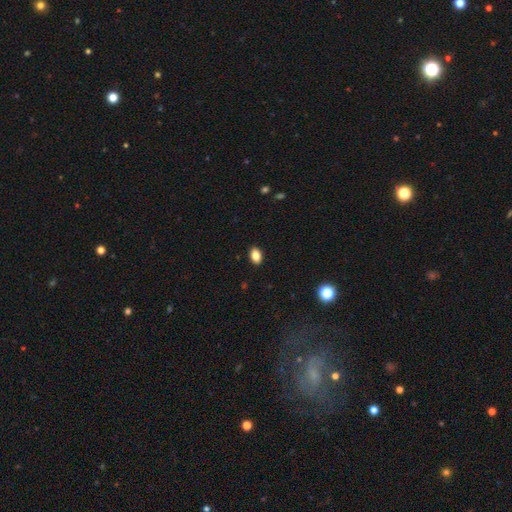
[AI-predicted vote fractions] This appears to be a smooth galaxy with no disk features (84%) that is in between round and cigar-shaped (86%). Merging: none (90%).